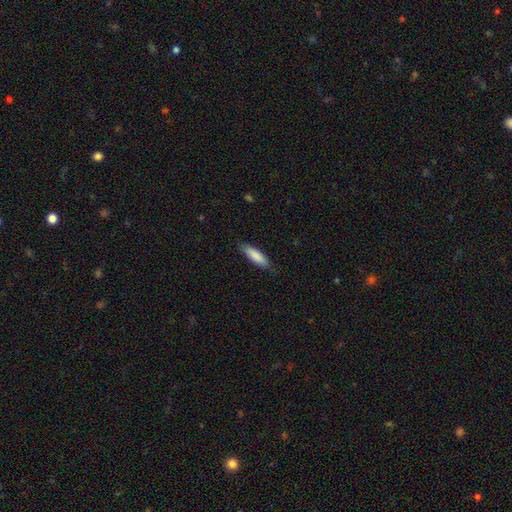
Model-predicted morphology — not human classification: smooth 84%, featured or disk 11%, star or artifact 5%. Down the decision tree: how rounded — cigar-shaped (61%); merging — none (81%).